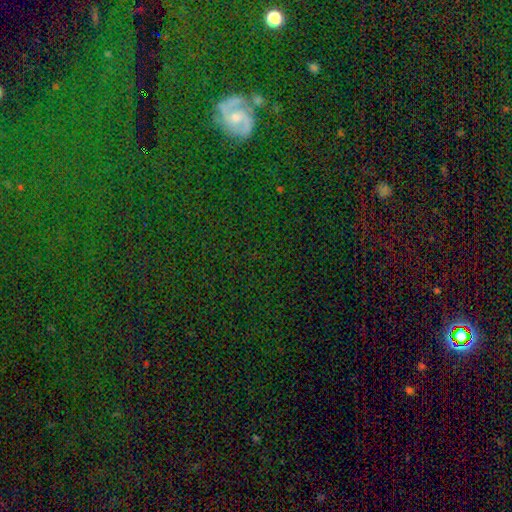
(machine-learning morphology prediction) Smooth or featured: star or artifact — 74% (smooth — 15%)